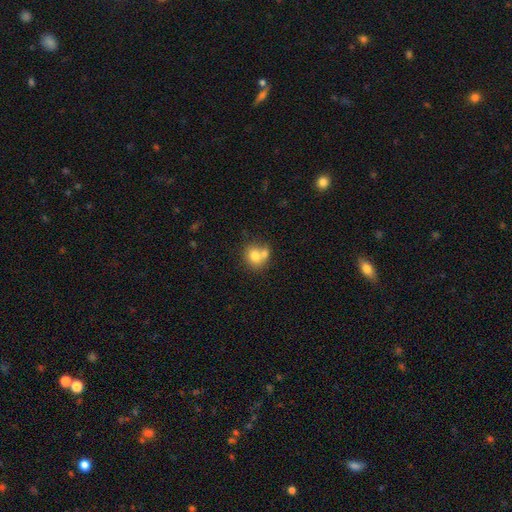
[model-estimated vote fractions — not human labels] Overall: smooth (76%). How rounded: round (65%; in between 34%). Merging: merger (46%; none 39%).